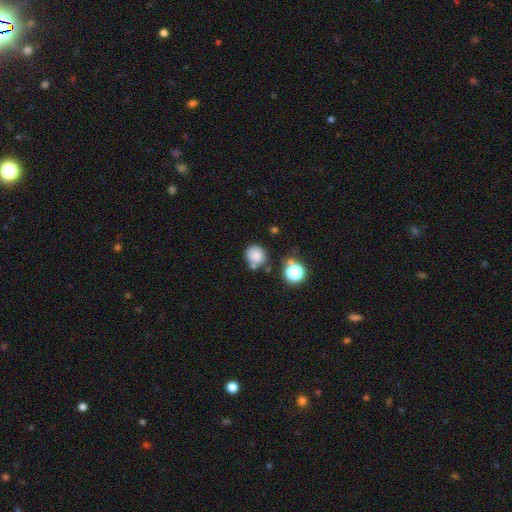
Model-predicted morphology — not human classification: This appears to be a smooth galaxy with no disk features (80%) that is round (86%). Merging: none (65%).